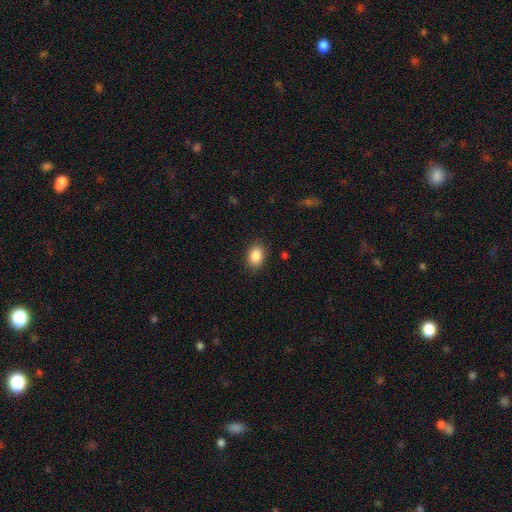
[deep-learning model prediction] Morphology: type=smooth (88%); roundness=in between (78%); merging=none (88%).